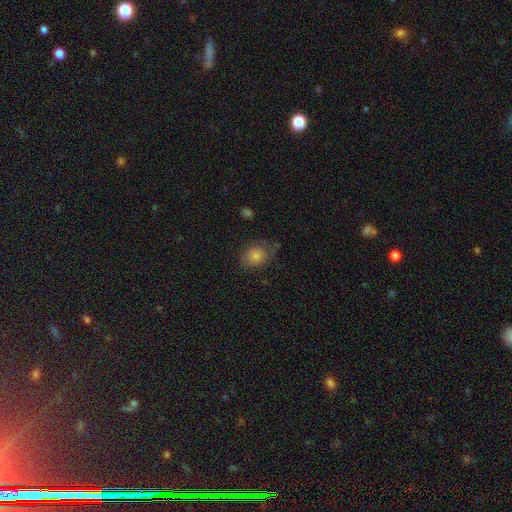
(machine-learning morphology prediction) Smooth or featured: smooth — 67% (featured or disk — 19%)
How rounded: round — 55% (in between — 44%)
Merging: none — 65% (minor disturbance — 23%)